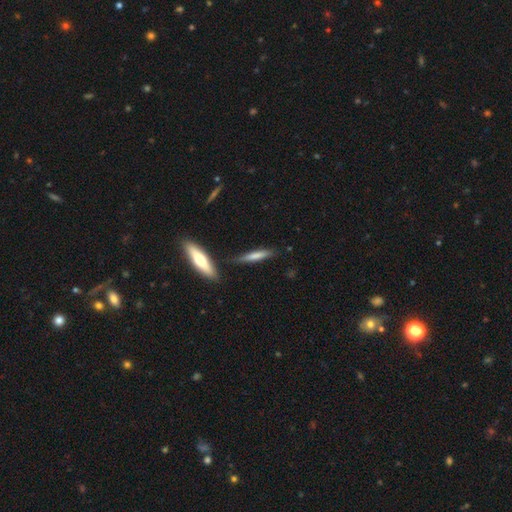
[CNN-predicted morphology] This appears to be a smooth galaxy with no disk features (65%) that is cigar-shaped (90%). Merging: none (79%).